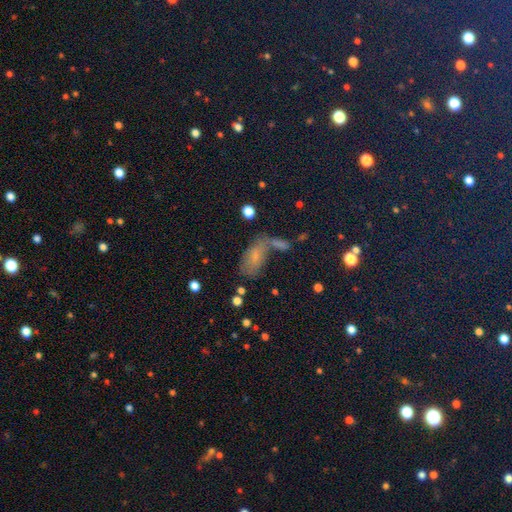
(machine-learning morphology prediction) This appears to be a smooth galaxy with no disk features (58%) that is in between round and cigar-shaped (85%). Merging: none (44%).